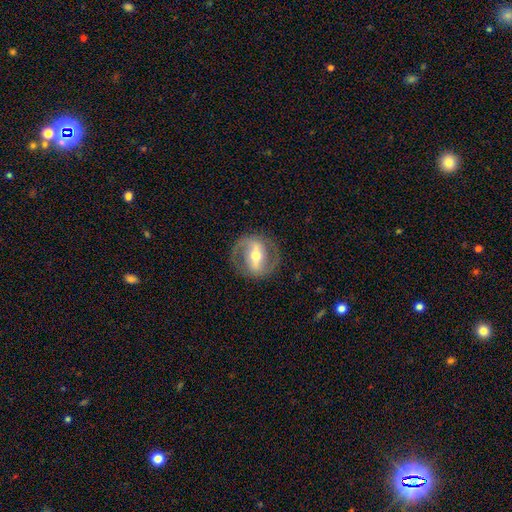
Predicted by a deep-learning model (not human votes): This is clearly a featured or disk galaxy (83%). It is clearly not viewed edge-on (94%). Bar: likely strong (65%). Spiral arm pattern: clearly yes (84%). Spiral arm count: clearly 2 (89%). Spiral winding: possibly medium (50%). Central bulge: likely moderate (66%). Merging: clearly none (83%).